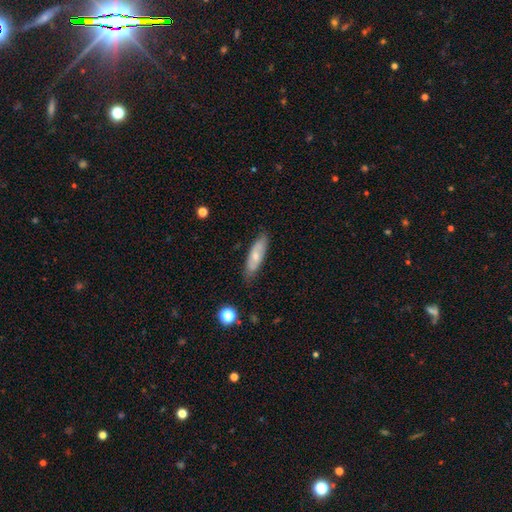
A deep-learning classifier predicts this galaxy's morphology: smooth 59%, featured or disk 35%, star or artifact 6%. Down the decision tree: how rounded — cigar-shaped (51%); merging — none (80%).